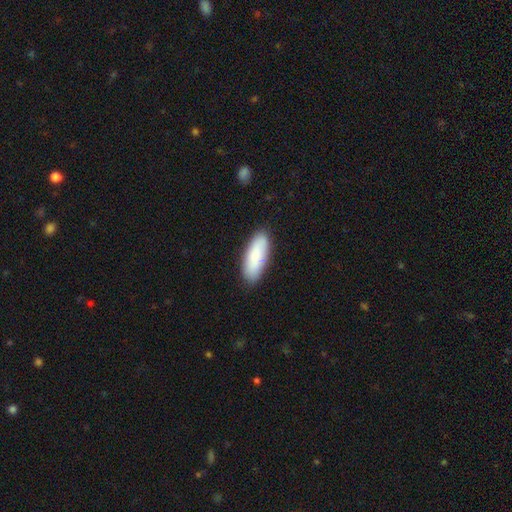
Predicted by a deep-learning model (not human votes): Smooth or featured? Predicted: smooth (p=0.86). How rounded? Predicted: in between (p=0.72). Merging? Predicted: none (p=0.85).